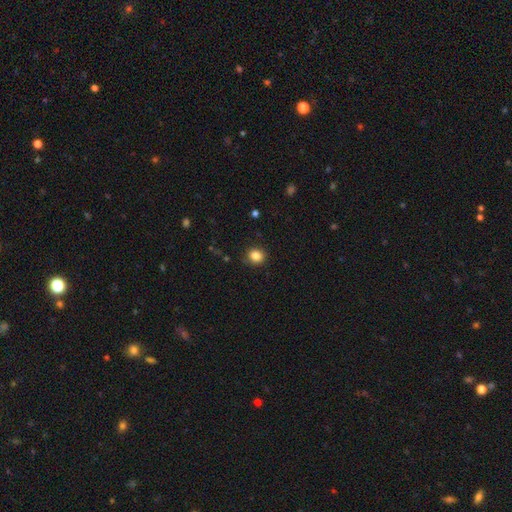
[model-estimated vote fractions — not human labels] This appears to be a smooth galaxy with no disk features (85%) that is round (78%). Merging: none (87%).